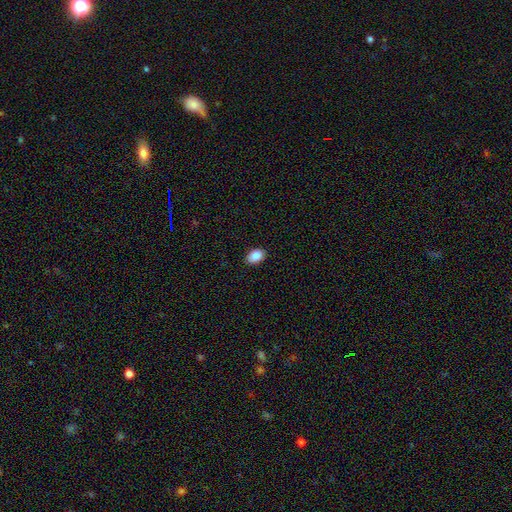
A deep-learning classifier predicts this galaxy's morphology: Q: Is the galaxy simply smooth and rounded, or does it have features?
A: smooth — 87%.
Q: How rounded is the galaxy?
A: in between — 79%.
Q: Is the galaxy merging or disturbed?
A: none — 87%.